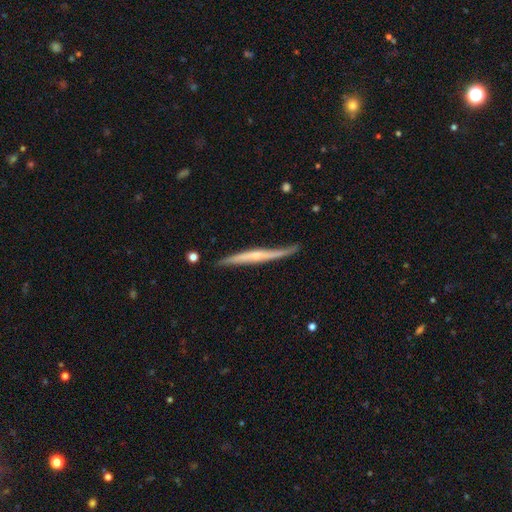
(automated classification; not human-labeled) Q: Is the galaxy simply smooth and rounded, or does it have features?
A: featured or disk — 68%.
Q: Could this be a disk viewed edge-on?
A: yes — 91%.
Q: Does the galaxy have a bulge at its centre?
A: rounded — 47%.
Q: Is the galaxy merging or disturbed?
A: none — 70%.